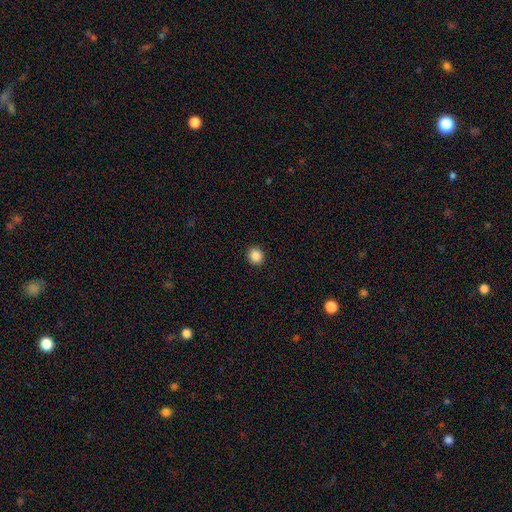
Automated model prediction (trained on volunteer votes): Morphology: type=smooth (87%); roundness=round (86%); merging=none (92%).